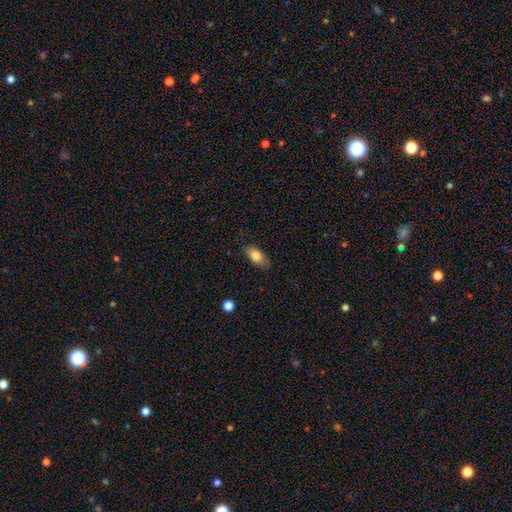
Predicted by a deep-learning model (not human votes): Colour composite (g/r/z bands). It shows a smooth galaxy with no disk features (80%) that is in between round and cigar-shaped (88%). Merging: none (82%).